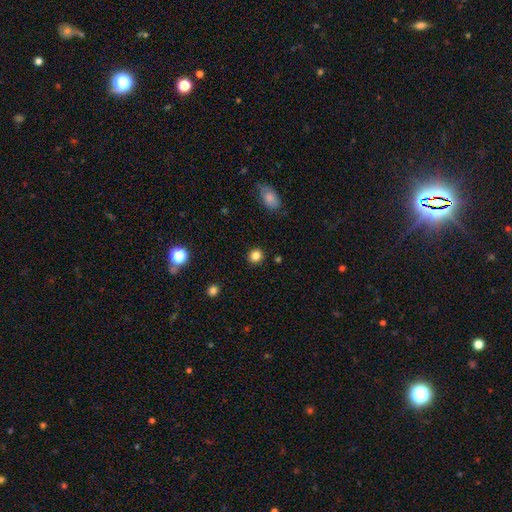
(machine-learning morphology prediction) Smooth or featured: smooth — 84% (star or artifact — 12%)
How rounded: round — 87% (in between — 12%)
Merging: none — 90% (minor disturbance — 6%)